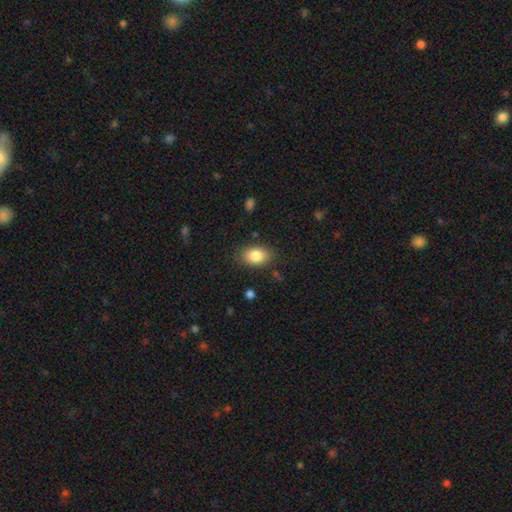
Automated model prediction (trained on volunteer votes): Smooth or featured? Predicted: smooth (p=0.83). How rounded? Predicted: in between (p=0.83). Merging? Predicted: none (p=0.84).